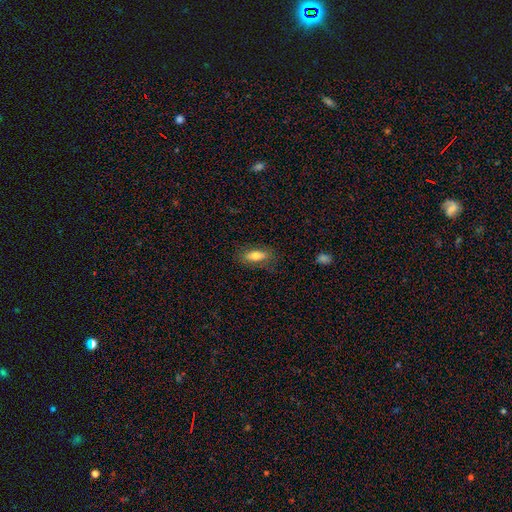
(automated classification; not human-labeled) This is likely a smooth galaxy (76%). How rounded: likely in between (73%). Merging: likely none (78%).